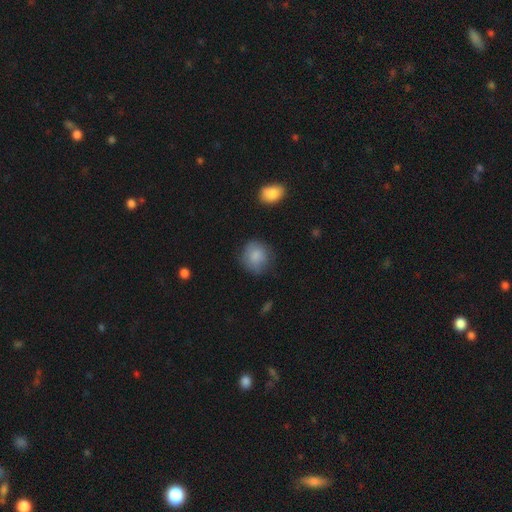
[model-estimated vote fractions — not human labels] This is clearly a smooth galaxy (84%). How rounded: clearly round (83%). Merging: likely none (73%).